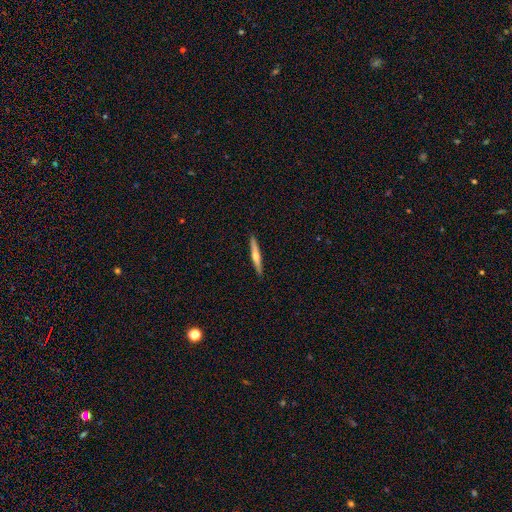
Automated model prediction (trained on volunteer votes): smooth-or-featured: featured or disk: 52% | smooth: 43% | star or artifact: 5%
  disk-edge-on: yes: 97% | no: 3%
    edge-on-bulge: rounded: 78% | none: 16% | boxy: 6%
  merging: none: 92% | minor disturbance: 6% | major disturbance: 1% | merger: 1%